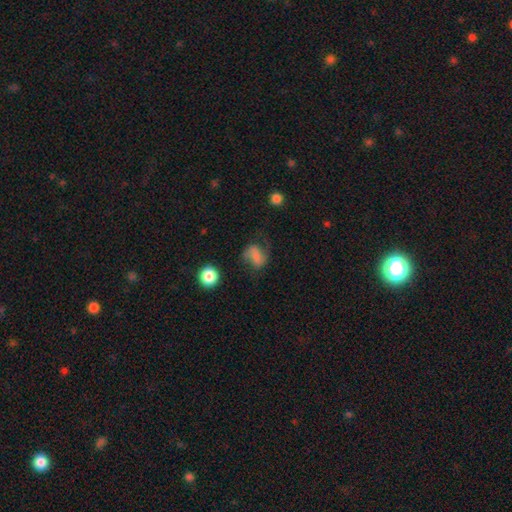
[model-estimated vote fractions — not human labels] Smooth or featured: featured or disk — 46% (smooth — 41%)
Merging: none — 55% (minor disturbance — 22%)